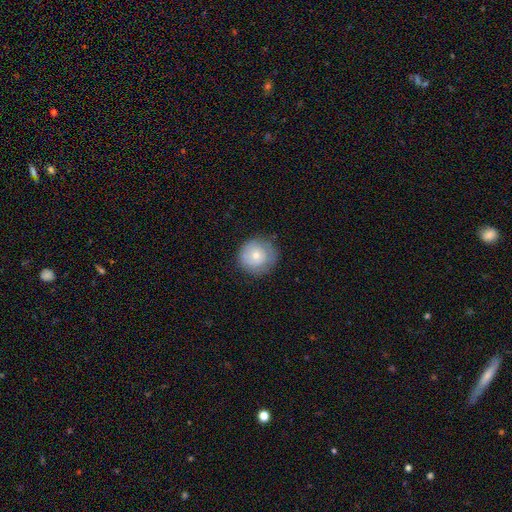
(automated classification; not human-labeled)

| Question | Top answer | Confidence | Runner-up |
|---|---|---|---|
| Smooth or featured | smooth | 66% | featured or disk (27%) |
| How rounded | round | 92% | in between (7%) |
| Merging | none | 77% | minor disturbance (17%) |